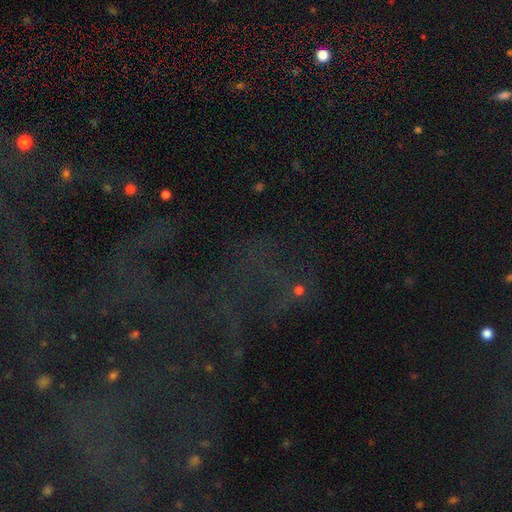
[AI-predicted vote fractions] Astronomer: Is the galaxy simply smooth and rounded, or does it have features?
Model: star or artifact — 73%.